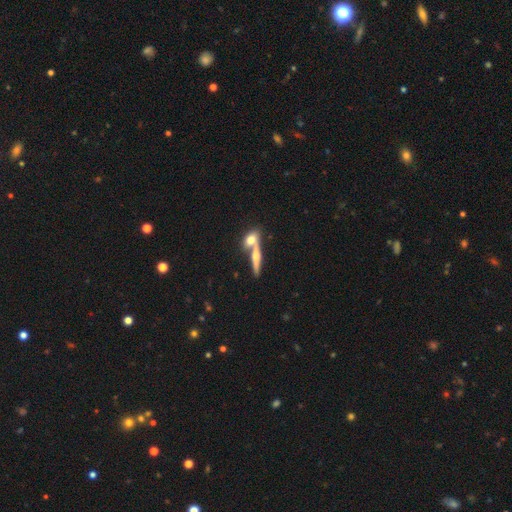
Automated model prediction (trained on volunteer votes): Smooth or featured?
  - featured or disk: 49% *
  - smooth: 42%
  - star or artifact: 9%
Merging?
  - none: 45% *
  - merger: 43%
  - minor disturbance: 8%
  - major disturbance: 4%